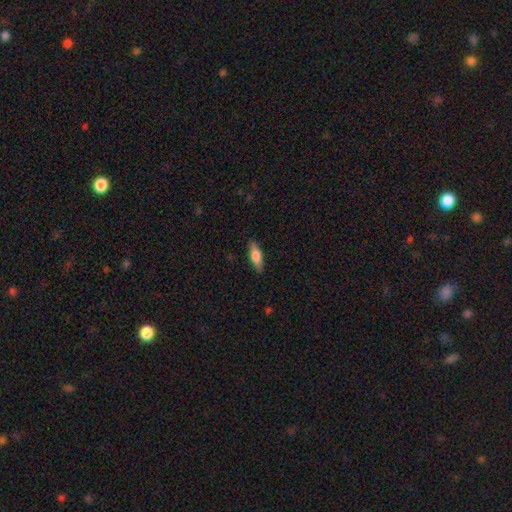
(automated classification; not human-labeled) smooth 72%, featured or disk 22%, star or artifact 6%. Down the decision tree: how rounded — in between (54%); merging — none (86%).